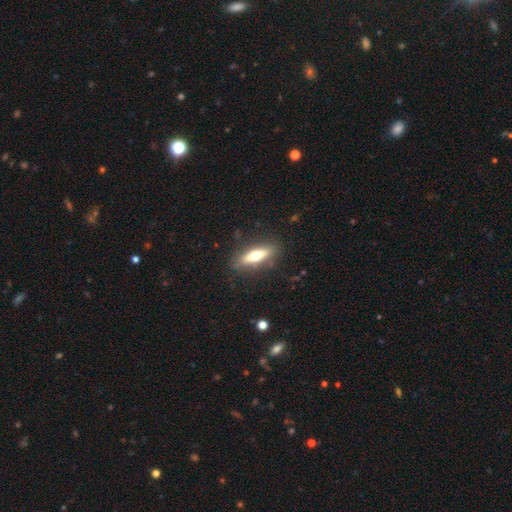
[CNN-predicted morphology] smooth-or-featured: smooth: 54% | featured or disk: 40% | star or artifact: 6%
  how-rounded: cigar-shaped: 58% | in between: 39% | round: 2%
  merging: none: 85% | minor disturbance: 11% | major disturbance: 3% | merger: 1%